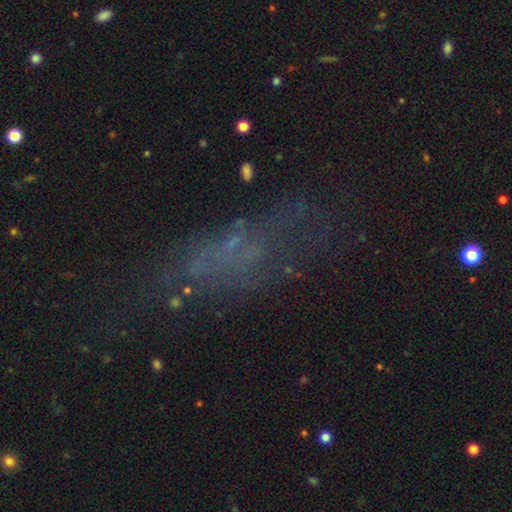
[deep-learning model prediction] This appears to be a featured or disk galaxy (40%). Merging: none (49%).